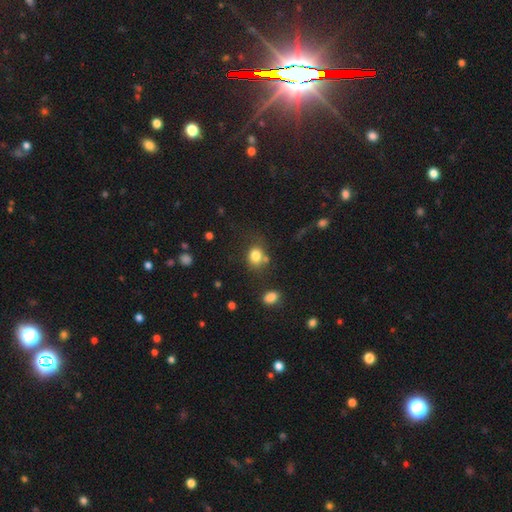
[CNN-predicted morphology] Smooth or featured: smooth — 81% (star or artifact — 11%)
How rounded: round — 60% (in between — 39%)
Merging: none — 60% (minor disturbance — 17%)